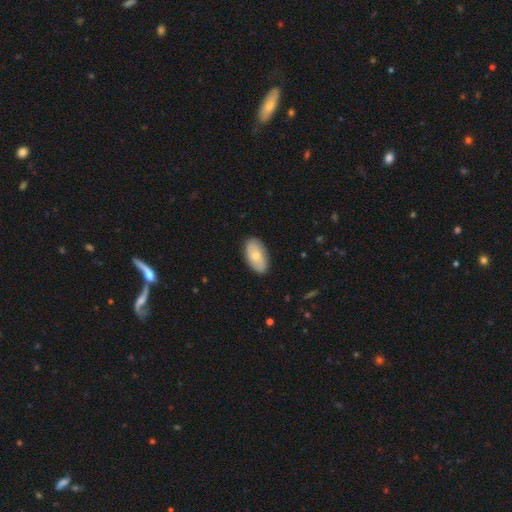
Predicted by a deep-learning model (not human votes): Q: Smooth or featured?
A: smooth (68%); runner-up: featured or disk (26%)
Q: How rounded?
A: in between (94%); runner-up: round (3%)
Q: Merging?
A: none (87%); runner-up: minor disturbance (10%)